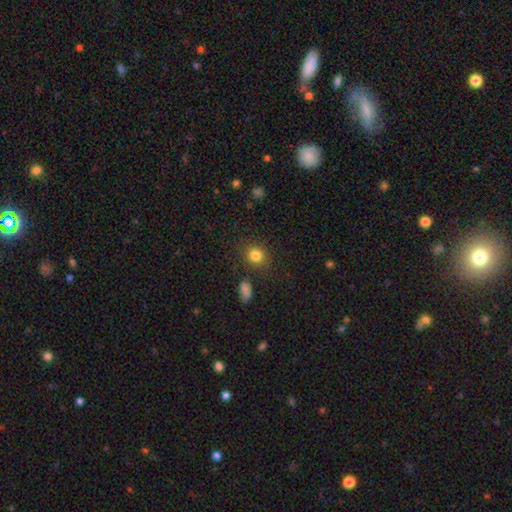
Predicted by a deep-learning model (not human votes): smooth 83%, star or artifact 11%, featured or disk 6%. Down the decision tree: how rounded — round (79%); merging — none (84%).